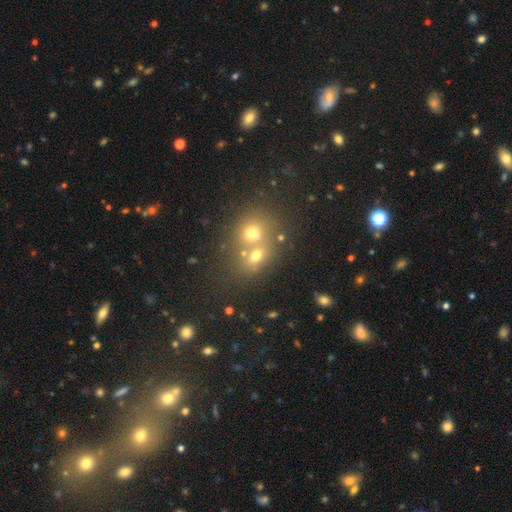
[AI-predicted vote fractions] Smooth or featured: smooth — 63% (featured or disk — 19%)
How rounded: round — 52% (in between — 46%)
Merging: merger — 57% (none — 32%)